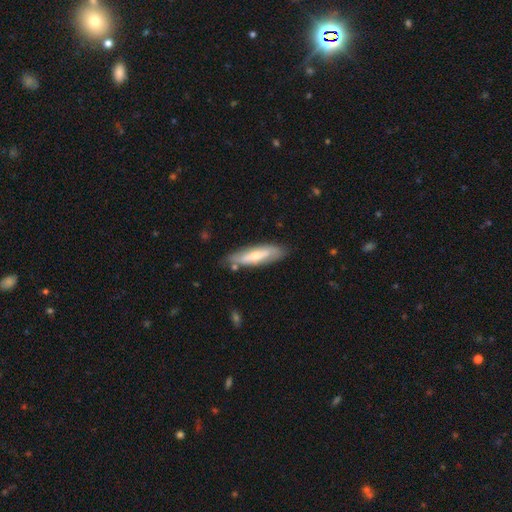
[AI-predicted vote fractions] This appears to be a featured or disk galaxy (47%, tied with smooth). Merging: none (76%).